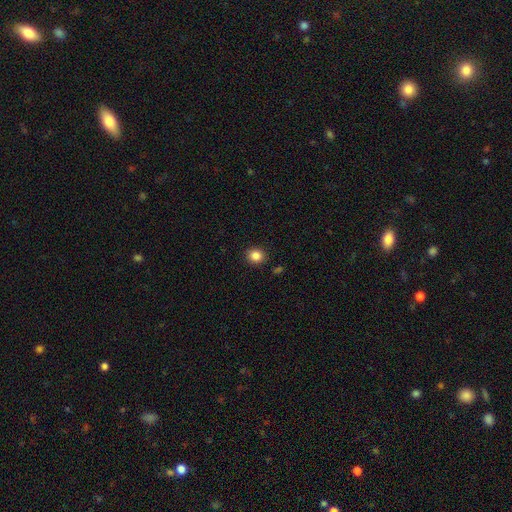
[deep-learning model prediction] Smooth or featured: smooth — 85% (star or artifact — 11%)
How rounded: round — 82% (in between — 17%)
Merging: none — 90% (minor disturbance — 7%)